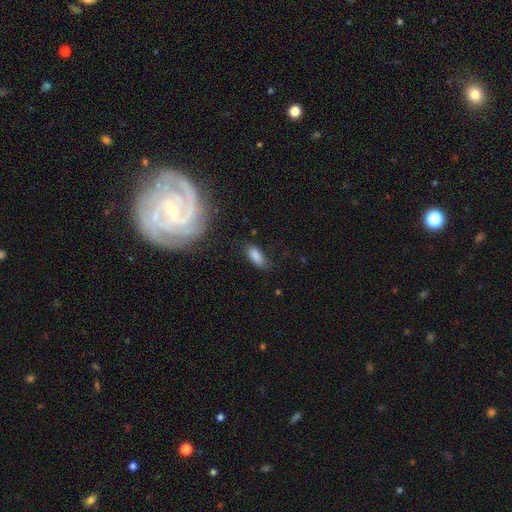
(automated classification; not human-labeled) Overall: smooth (83%). How rounded: in between (84%). Merging: none (69%).